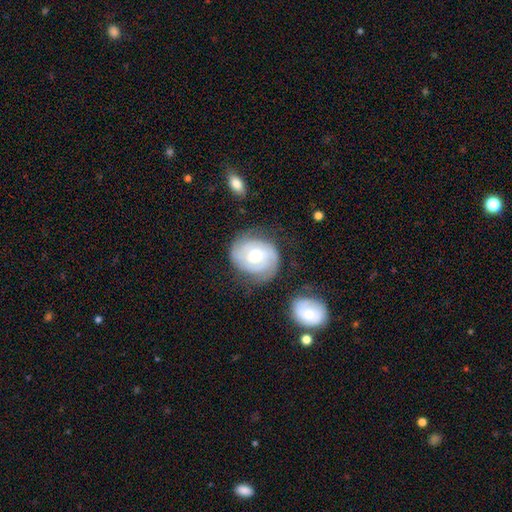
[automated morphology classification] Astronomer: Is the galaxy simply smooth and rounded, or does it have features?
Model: featured or disk — 79%.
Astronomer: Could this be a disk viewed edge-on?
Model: no — 98%.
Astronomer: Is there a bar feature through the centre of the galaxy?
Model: no — 54% (runner-up: weak, 38%).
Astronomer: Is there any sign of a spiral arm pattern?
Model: yes — 94%.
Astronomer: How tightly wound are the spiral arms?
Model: tight — 65%.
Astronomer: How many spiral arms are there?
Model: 2 — 61%.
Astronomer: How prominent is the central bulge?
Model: moderate — 71%.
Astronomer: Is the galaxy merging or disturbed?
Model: none — 70%.